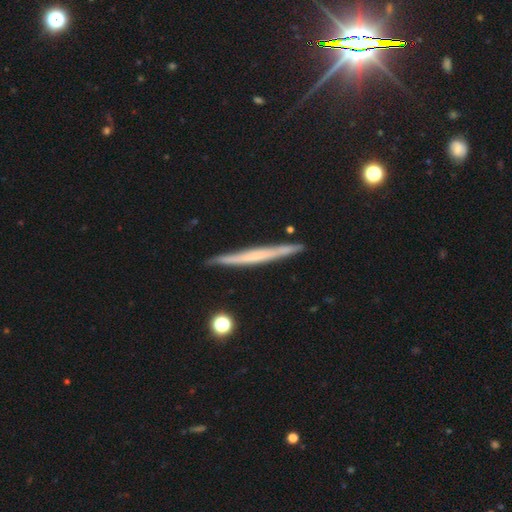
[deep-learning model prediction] This is possibly a featured or disk galaxy (56%). It is clearly viewed edge-on (96%). Edge-on bulge: likely none (75%). Merging: clearly none (87%).